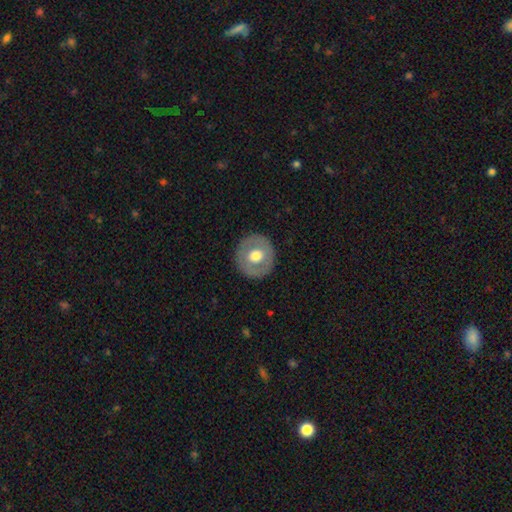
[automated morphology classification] type=smooth (55%); roundness=round (91%); merging=none (88%).